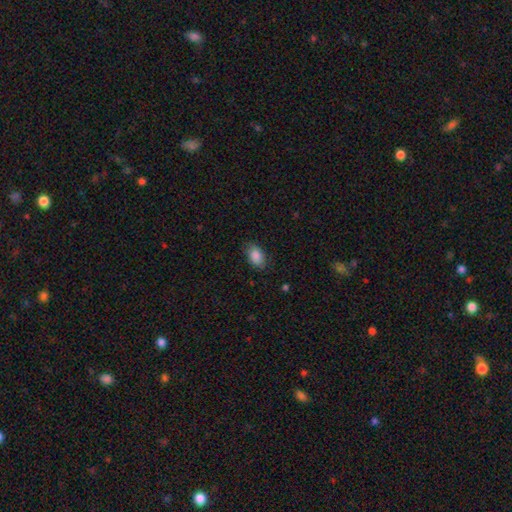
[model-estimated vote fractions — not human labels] Smooth or featured: smooth — 87% (star or artifact — 7%)
How rounded: in between — 90% (round — 8%)
Merging: none — 83% (minor disturbance — 13%)